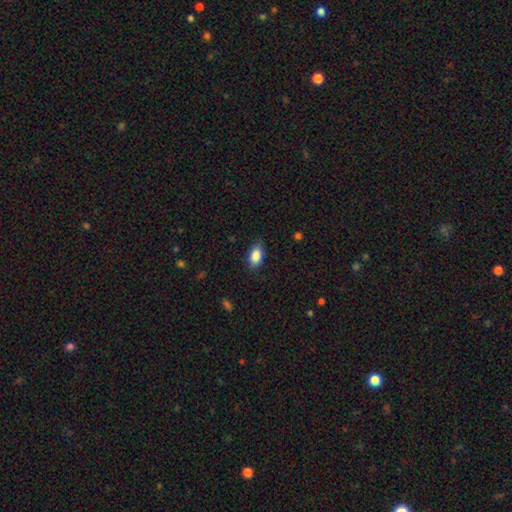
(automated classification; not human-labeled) smooth 87%, star or artifact 7%, featured or disk 6%. Down the decision tree: how rounded — in between (90%); merging — none (81%).